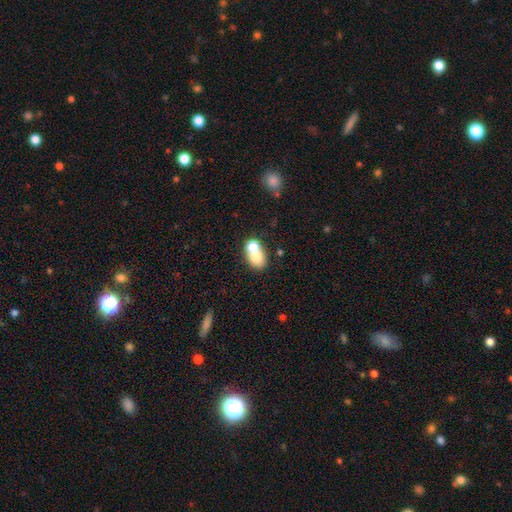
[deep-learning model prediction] smooth 71%, featured or disk 19%, star or artifact 10%. Down the decision tree: how rounded — in between (58%); merging — merger (57%).